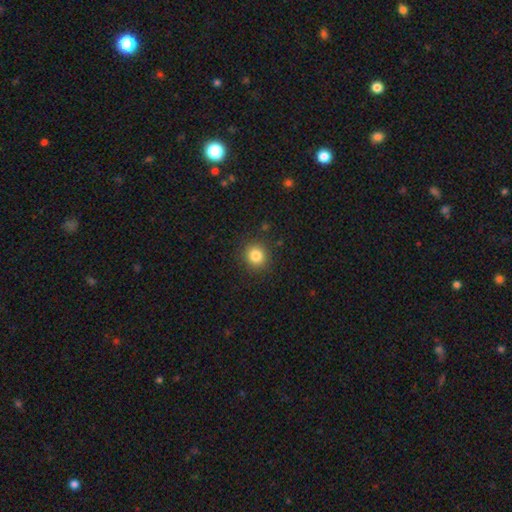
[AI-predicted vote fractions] This appears to be a smooth galaxy with no disk features (84%) that is round (89%). Merging: none (90%).